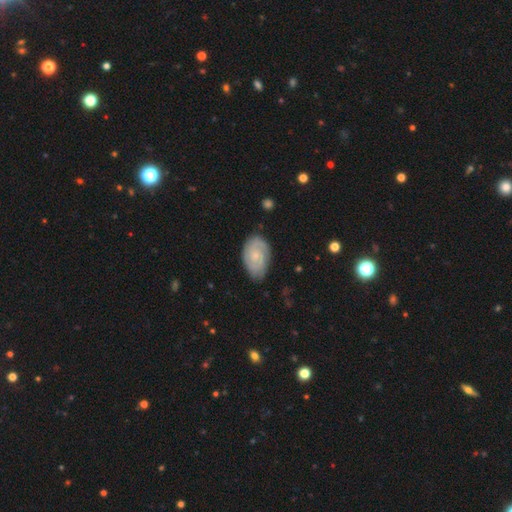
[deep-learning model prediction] This appears to be a featured or disk galaxy (66%) with no bar (72%), 2 (51%) tight (60%) spiral arms (92%) and a small central bulge (67%). Merging: none (76%).